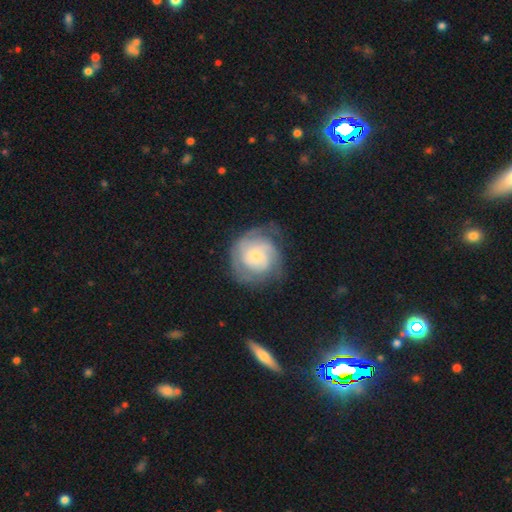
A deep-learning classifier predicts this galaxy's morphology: smooth-or-featured: featured or disk: 76% | smooth: 18% | star or artifact: 6%
  disk-edge-on: no: 98% | yes: 2%
    bar: no: 67% | weak: 28% | strong: 5%
    has-spiral-arms: yes: 93% | no: 7%
      spiral-winding: tight: 62% | medium: 30% | loose: 8%
      spiral-arm-count: can't tell: 32% | 3: 25% | 2: 24% | 4: 9% | 1: 5% | more than 4: 5%
    bulge-size: small: 65% | moderate: 27% | large: 4% | none: 3% | dominant: 1%
  merging: none: 69% | minor disturbance: 18% | major disturbance: 11% | merger: 1%